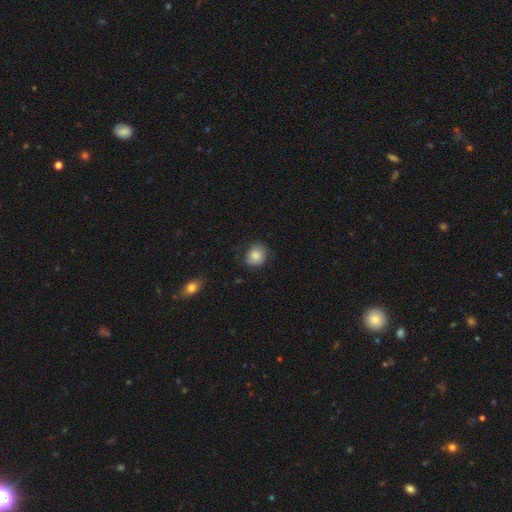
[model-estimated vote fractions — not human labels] The model was most divided on "how rounded": round: 74%, in between: 25%, cigar-shaped: 1%. More confident: smooth or featured — smooth (84%); merging — none (72%).